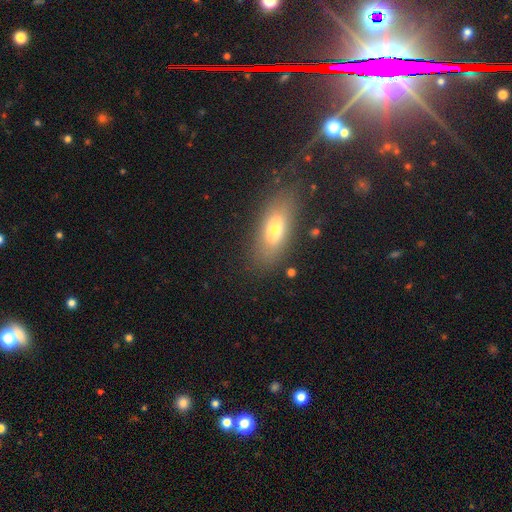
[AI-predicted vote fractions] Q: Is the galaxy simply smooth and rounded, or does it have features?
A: smooth — 59%.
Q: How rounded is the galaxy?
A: in between — 73%.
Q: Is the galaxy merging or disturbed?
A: none — 81%.